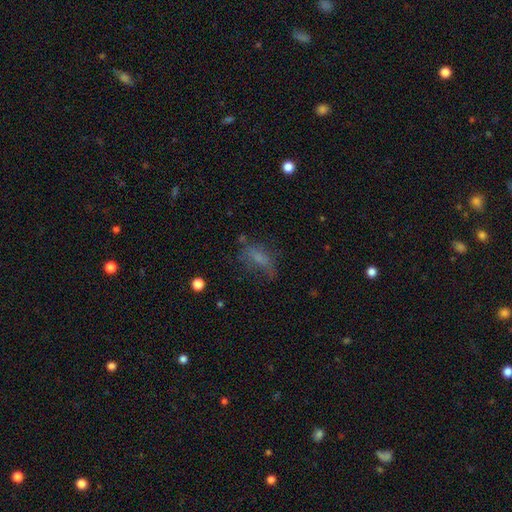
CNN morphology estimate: smooth-or-featured: smooth: 56% | featured or disk: 24% | star or artifact: 20%
  how-rounded: in between: 70% | cigar-shaped: 22% | round: 8%
  merging: none: 51% | minor disturbance: 25% | major disturbance: 22% | merger: 3%